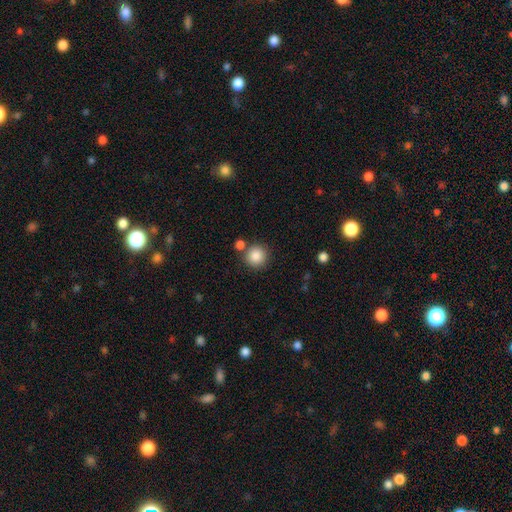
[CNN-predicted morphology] A smooth galaxy with no disk features (86%) that is round (93%).

Vote fractions:
- Smooth or featured? smooth: 86% / star or artifact: 9% / featured or disk: 5%
- How rounded? round: 93% / in between: 6% / cigar-shaped: 1%
- Merging? none: 77% / merger: 12% / minor disturbance: 8% / major disturbance: 3%